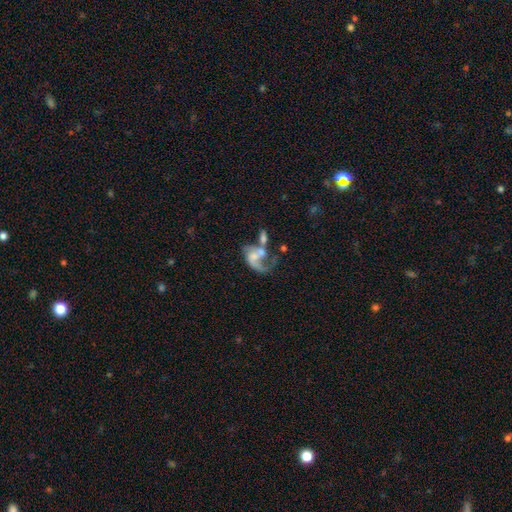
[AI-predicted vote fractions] The model was most divided on "bulge size": none: 33%, moderate: 28%, small: 28%, large: 8%, dominant: 2%. Remaining: edge-on disk — no (98%); spiral arms — yes (74%); smooth or featured — featured or disk (68%); bar — no (65%); merging — merger (42%).